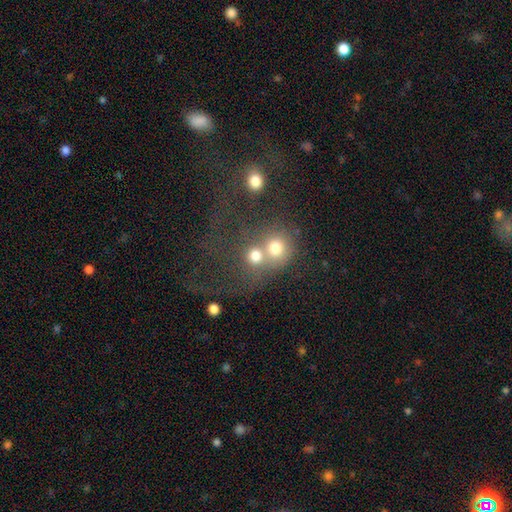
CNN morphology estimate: Q: Smooth or featured?
A: smooth (68%); runner-up: star or artifact (16%)
Q: How rounded?
A: round (81%); runner-up: in between (18%)
Q: Merging?
A: merger (58%); runner-up: none (29%)